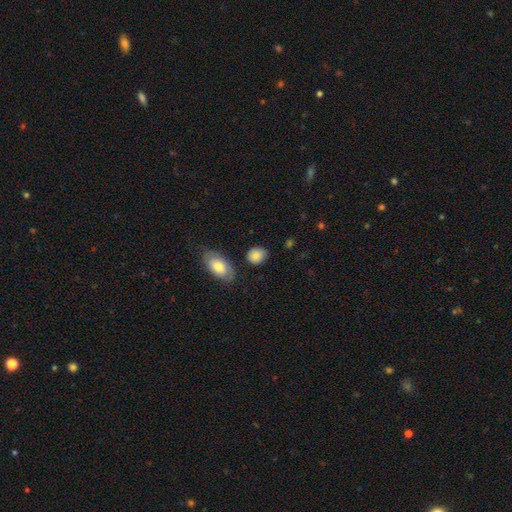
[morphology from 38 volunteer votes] A smooth galaxy with no disk features (89%) that is in between round and cigar-shaped (62%).

Vote fractions:
- Smooth or featured? smooth: 89% / star or artifact: 11% / featured or disk: 0%
- How rounded? in between: 62% / round: 35% / cigar-shaped: 3%
- Merging? none: 65% / minor disturbance: 26% / merger: 6% / major disturbance: 3%